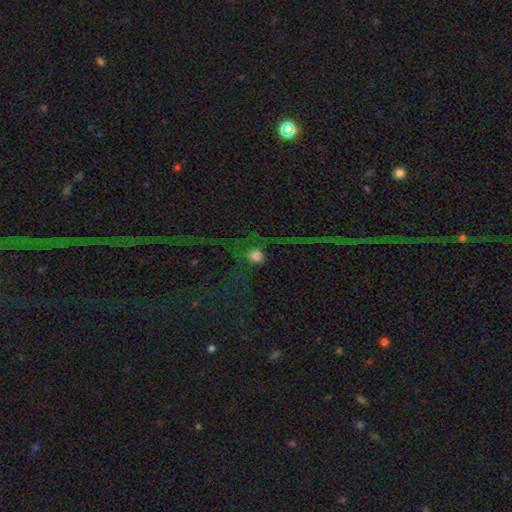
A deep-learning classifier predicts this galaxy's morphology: smooth 67%, star or artifact 22%, featured or disk 12%. Down the decision tree: how rounded — round (85%); merging — none (70%).